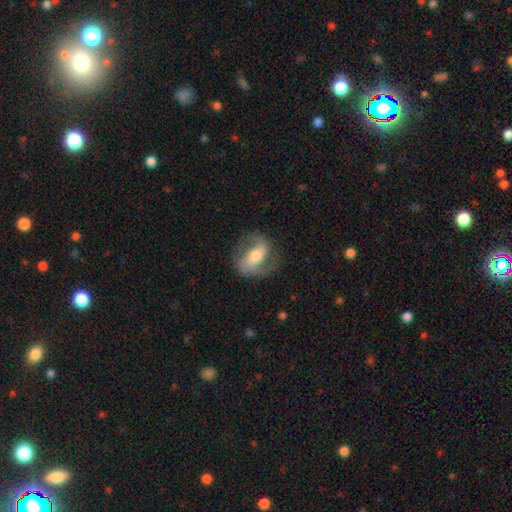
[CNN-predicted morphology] smooth-or-featured: featured or disk: 75% | smooth: 19% | star or artifact: 6%
  disk-edge-on: no: 95% | yes: 5%
    bar: strong: 43% | weak: 36% | no: 21%
    has-spiral-arms: yes: 89% | no: 11%
      spiral-winding: medium: 46% | loose: 32% | tight: 22%
      spiral-arm-count: 2: 88% | can't tell: 6% | 1: 3% | 3: 2% | 4: 1% | more than 4: 1%
    bulge-size: moderate: 61% | small: 26% | large: 10% | none: 2% | dominant: 1%
  merging: none: 76% | minor disturbance: 15% | major disturbance: 8% | merger: 1%